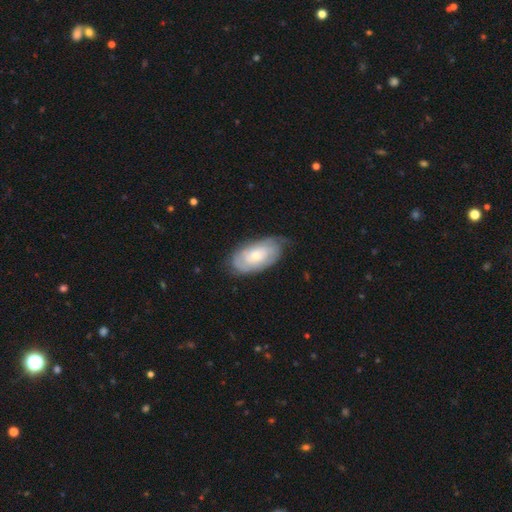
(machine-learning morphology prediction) Smooth or featured: featured or disk — 57% (smooth — 38%)
Edge-on disk: no — 93% (yes — 7%)
Bar: no — 82% (weak — 15%)
Spiral arms: yes — 71% (no — 29%)
Bulge size: small — 47% (moderate — 46%)
Merging: none — 64% (minor disturbance — 26%)